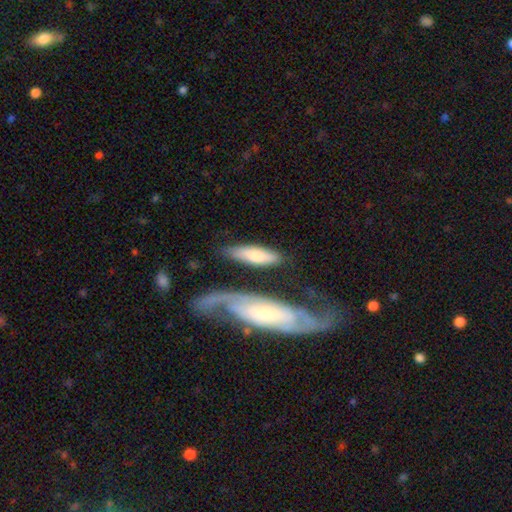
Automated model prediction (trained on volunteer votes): smooth-or-featured: smooth: 63% | featured or disk: 32% | star or artifact: 5%
  how-rounded: cigar-shaped: 52% | in between: 45% | round: 2%
  merging: none: 63% | minor disturbance: 16% | merger: 14% | major disturbance: 7%